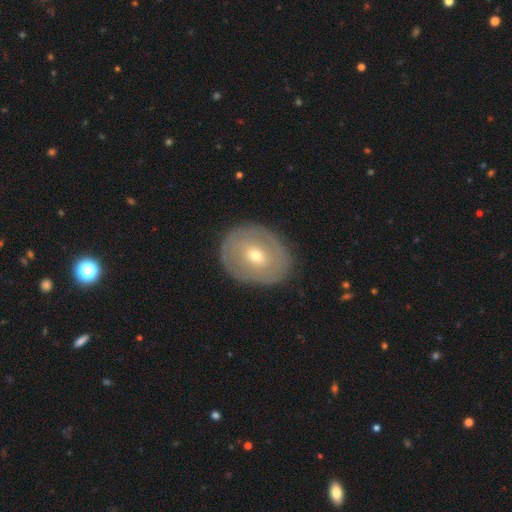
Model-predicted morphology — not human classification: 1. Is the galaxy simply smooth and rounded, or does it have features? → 55% featured or disk, 39% smooth, 6% star or artifact.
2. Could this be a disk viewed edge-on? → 94% no, 6% yes.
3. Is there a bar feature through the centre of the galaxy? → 60% no, 29% weak, 11% strong.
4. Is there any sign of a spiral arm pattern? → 70% no, 30% yes.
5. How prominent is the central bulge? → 52% small, 44% moderate, 2% large, 1% dominant, 1% none.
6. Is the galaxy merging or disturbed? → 84% none, 11% minor disturbance, 4% major disturbance, 1% merger.